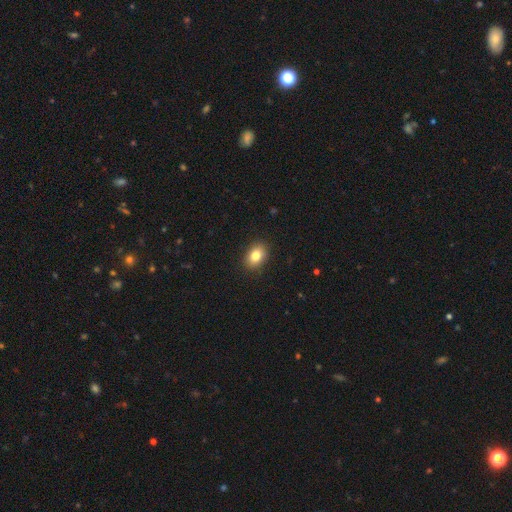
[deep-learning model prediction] The model was most divided on "how rounded": in between: 75%, round: 24%, cigar-shaped: 1%. More confident: merging — none (89%); smooth or featured — smooth (83%).